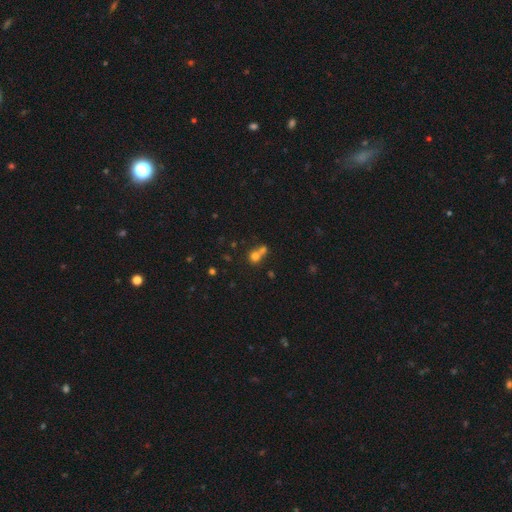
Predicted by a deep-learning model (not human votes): Morphology: type=smooth (70%); roundness=round (80%); merging=merger (53%).